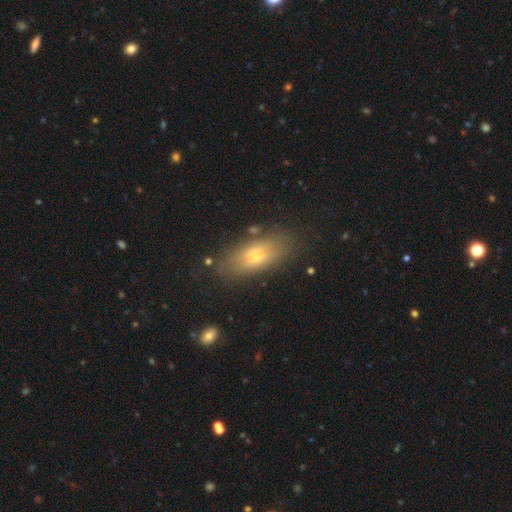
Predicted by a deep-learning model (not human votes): A smooth galaxy with no disk features (57%) that is in between round and cigar-shaped (71%). Merging: none (77%).